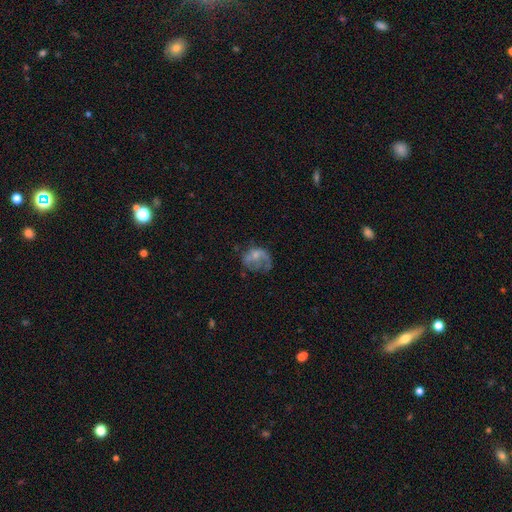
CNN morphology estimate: type=featured or disk (51%); edge-on=no (98%); bar=no (76%); spiral arms=no (51%); bulge=small (45%); merging=major disturbance (44%).